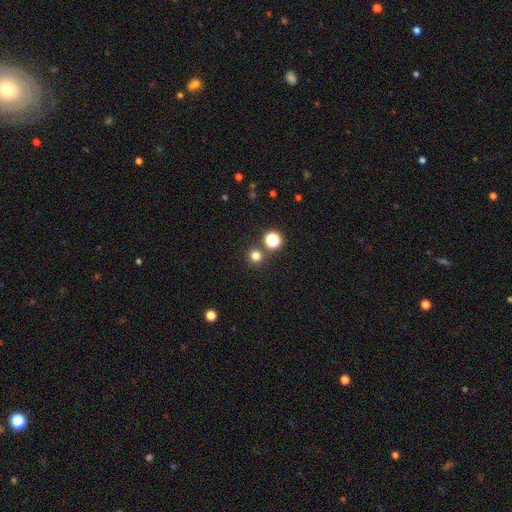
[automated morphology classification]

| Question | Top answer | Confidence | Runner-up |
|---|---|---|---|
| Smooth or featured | smooth | 76% | star or artifact (19%) |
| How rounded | round | 93% | in between (6%) |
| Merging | none | 84% | merger (8%) |